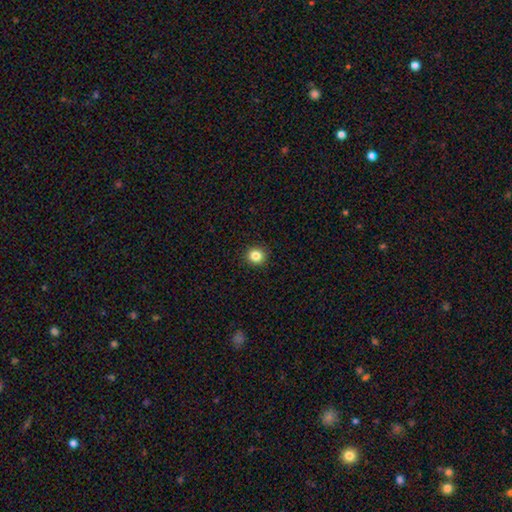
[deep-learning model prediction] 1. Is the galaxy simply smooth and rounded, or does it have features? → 84% smooth, 12% star or artifact, 5% featured or disk.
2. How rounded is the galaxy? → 90% round, 9% in between, 1% cigar-shaped.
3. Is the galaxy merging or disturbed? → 93% none, 5% minor disturbance, 2% major disturbance, 1% merger.